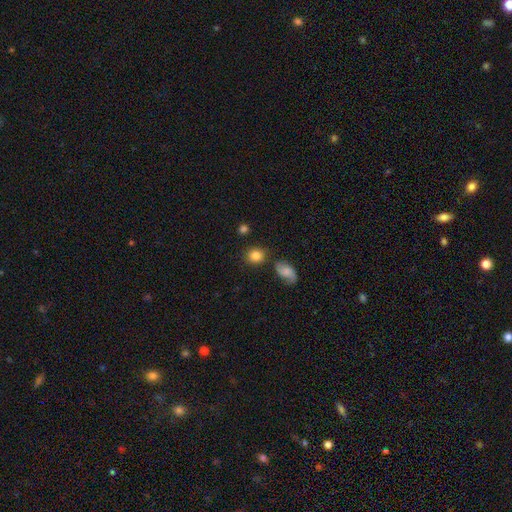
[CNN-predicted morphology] Smooth or featured? smooth (82%)
How rounded? round (76%)
Merging? none (76%)